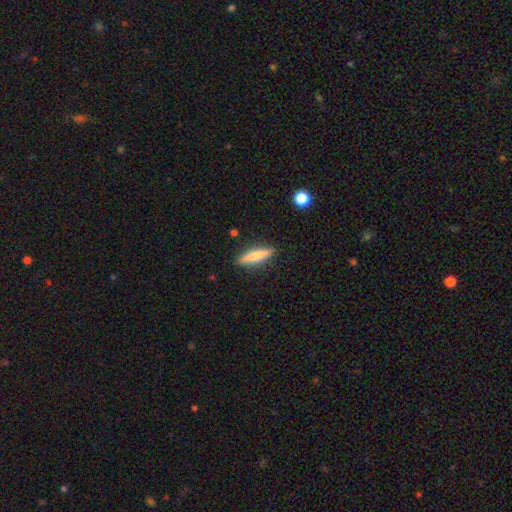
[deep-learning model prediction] Smooth or featured? Predicted: smooth (p=0.68). How rounded? Predicted: cigar-shaped (p=0.81). Merging? Predicted: none (p=0.88).